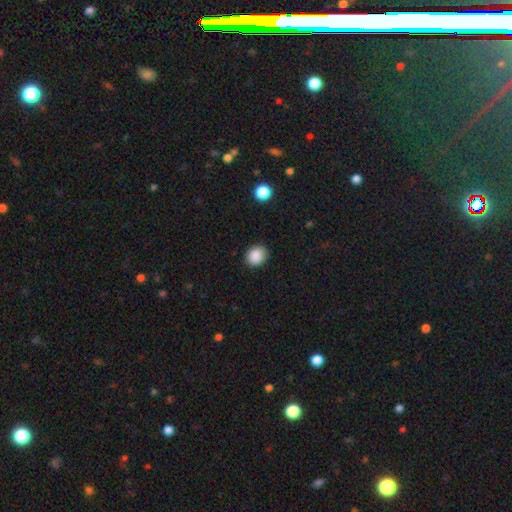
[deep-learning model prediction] smooth 88%, star or artifact 9%, featured or disk 3%. Down the decision tree: how rounded — round (71%); merging — none (89%).